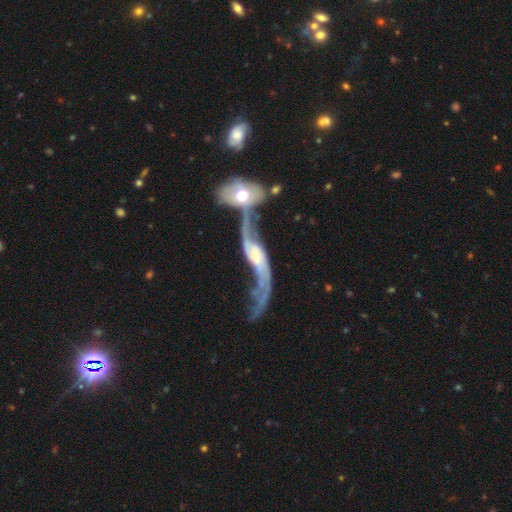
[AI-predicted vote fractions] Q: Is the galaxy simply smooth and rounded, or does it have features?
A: featured or disk — 83%.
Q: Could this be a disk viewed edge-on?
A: no — 85%.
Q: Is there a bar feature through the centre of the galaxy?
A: no — 49%.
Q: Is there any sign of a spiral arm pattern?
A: yes — 86%.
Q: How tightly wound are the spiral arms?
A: loose — 87%.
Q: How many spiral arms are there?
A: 2 — 86%.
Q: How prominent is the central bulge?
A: small — 46%.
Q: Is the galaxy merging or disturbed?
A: merger — 58%.